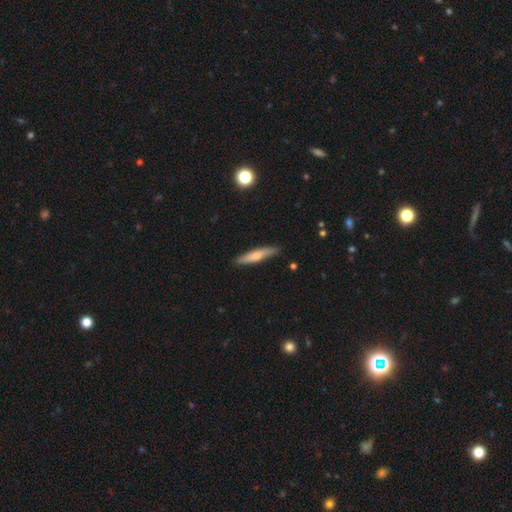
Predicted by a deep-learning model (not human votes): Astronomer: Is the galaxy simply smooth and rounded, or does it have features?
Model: smooth — 62%.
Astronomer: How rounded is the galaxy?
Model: cigar-shaped — 86%.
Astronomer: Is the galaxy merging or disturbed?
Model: none — 87%.